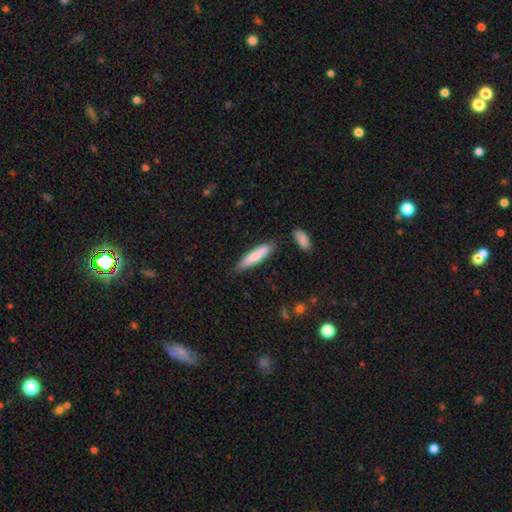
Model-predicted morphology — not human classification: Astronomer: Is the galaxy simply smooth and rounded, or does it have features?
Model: smooth — 77%.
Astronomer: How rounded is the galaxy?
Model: cigar-shaped — 80%.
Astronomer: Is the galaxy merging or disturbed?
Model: none — 80%.